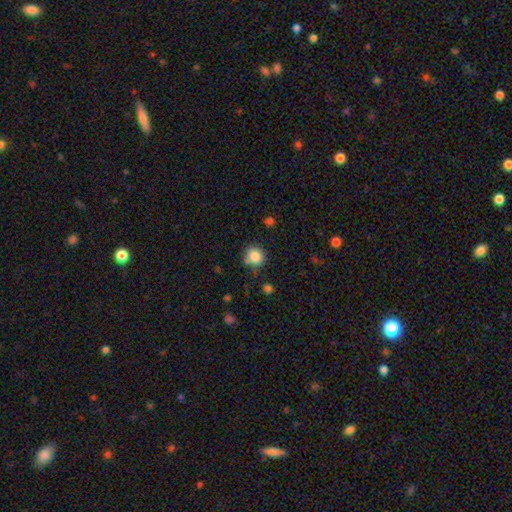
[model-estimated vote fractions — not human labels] smooth 84%, star or artifact 10%, featured or disk 6%. Down the decision tree: how rounded — round (85%); merging — none (74%).